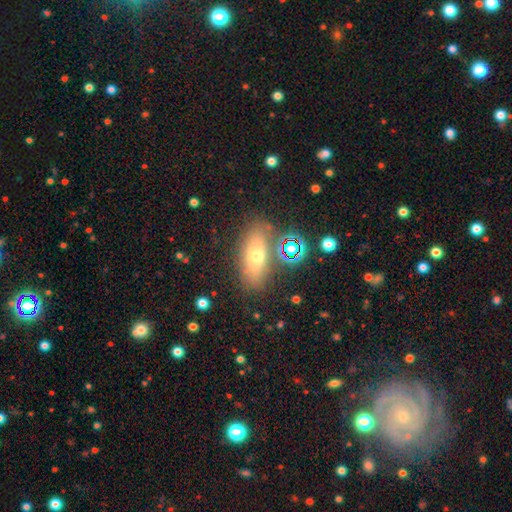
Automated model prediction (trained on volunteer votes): smooth_or_featured: smooth (p=0.60) [alt: featured or disk p=0.24]
how_rounded: in between (p=0.74) [alt: cigar-shaped p=0.17]
merging: none (p=0.79) [alt: minor disturbance p=0.11]